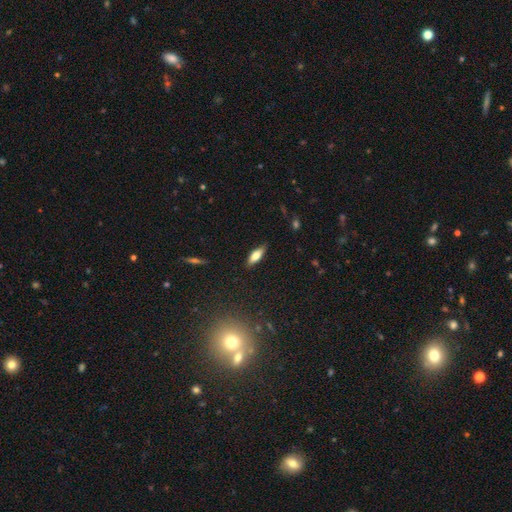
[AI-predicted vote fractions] Smooth or featured?
  - smooth: 67% *
  - featured or disk: 26%
  - star or artifact: 7%
How rounded?
  - in between: 59% *
  - cigar-shaped: 39%
  - round: 2%
Merging?
  - none: 86% *
  - minor disturbance: 11%
  - major disturbance: 2%
  - merger: 1%